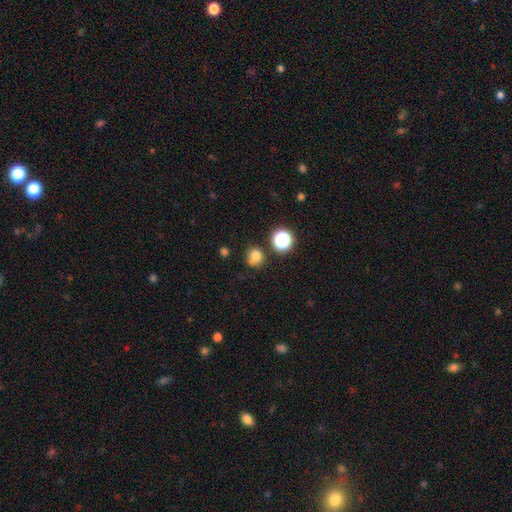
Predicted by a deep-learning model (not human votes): Overall: smooth (78%). How rounded: round (84%). Merging: none (73%).